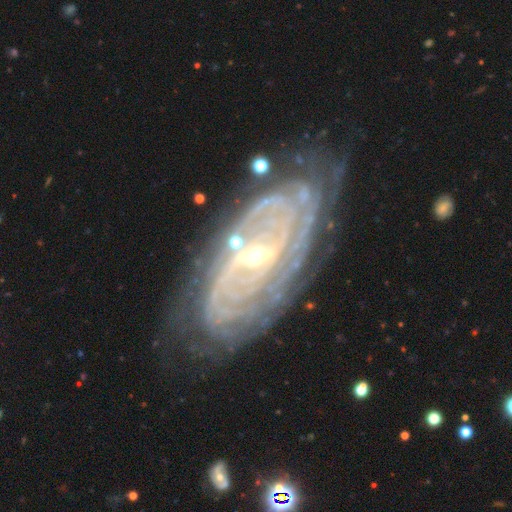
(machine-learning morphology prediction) Smooth or featured: featured or disk — 89% (star or artifact — 6%)
Edge-on disk: no — 93% (yes — 7%)
Bar: weak — 39% (no — 30%)
Spiral arms: yes — 97% (no — 3%)
Spiral winding: tight — 78% (medium — 18%)
Spiral arm count: can't tell — 32% (2 — 22%)
Bulge size: small — 69% (moderate — 27%)
Merging: none — 74% (minor disturbance — 18%)